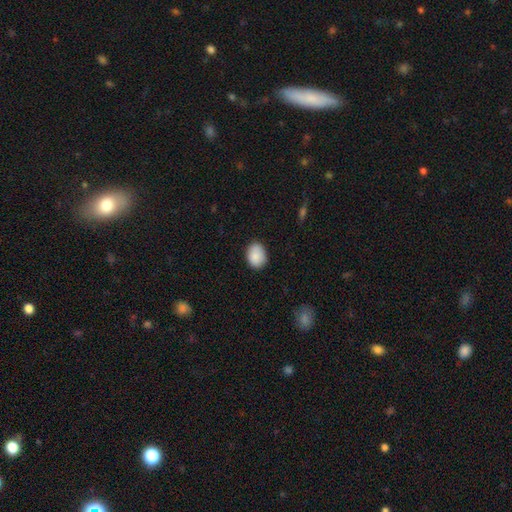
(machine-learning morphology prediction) Smooth or featured? smooth (88%)
How rounded? in between (62%)
Merging? none (83%)